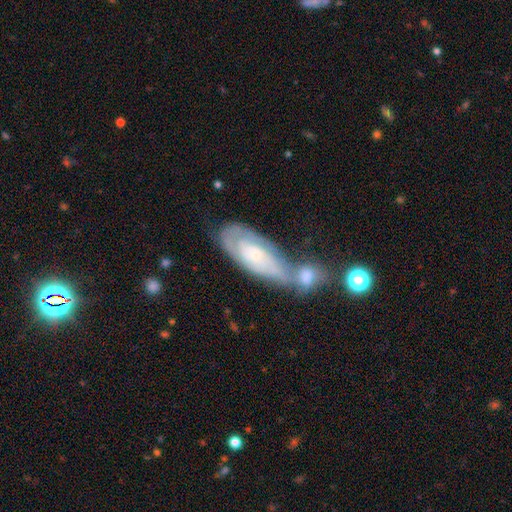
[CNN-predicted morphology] A featured or disk galaxy (63%) with no bar (73%), spiral arms (77%) and a small central bulge (64%). Merging: merger (44%).